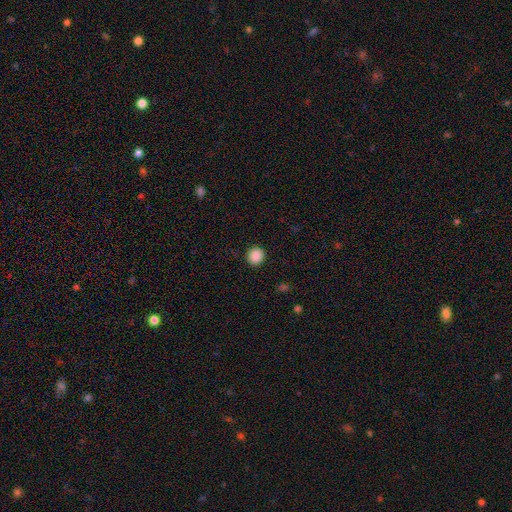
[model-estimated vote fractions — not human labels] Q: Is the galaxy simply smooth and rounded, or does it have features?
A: smooth — 88%.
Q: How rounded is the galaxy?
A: round — 89%.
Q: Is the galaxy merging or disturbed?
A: none — 92%.